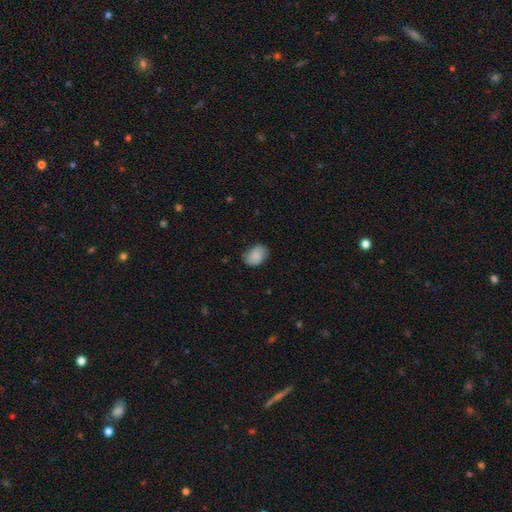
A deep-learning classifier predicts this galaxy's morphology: smooth 77%, featured or disk 16%, star or artifact 7%. Down the decision tree: how rounded — in between (78%); merging — none (77%).